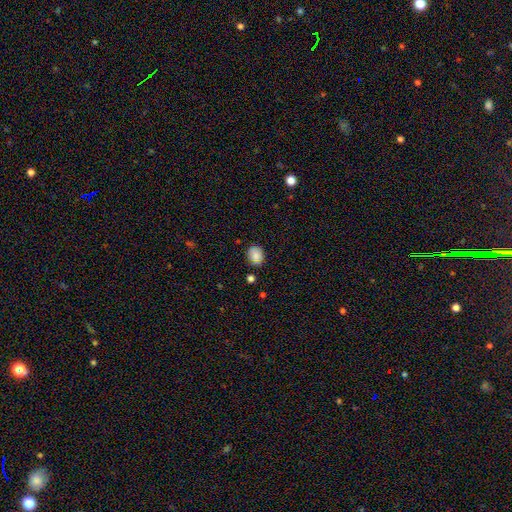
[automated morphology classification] Smooth or featured? Predicted: smooth (p=0.78). How rounded? Predicted: round (p=0.63). Merging? Predicted: none (p=0.75).